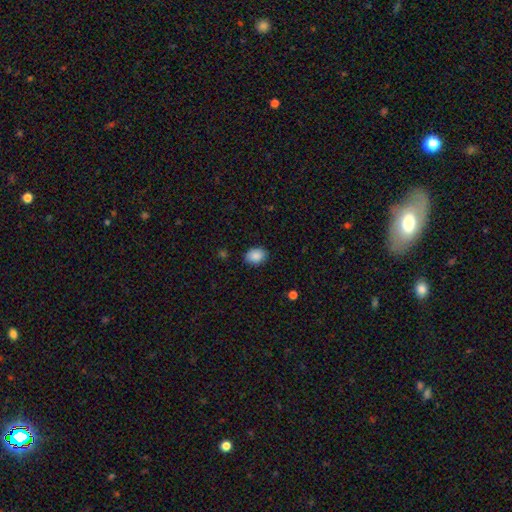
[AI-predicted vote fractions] Smooth or featured? smooth (88%)
How rounded? in between (66%)
Merging? none (87%)